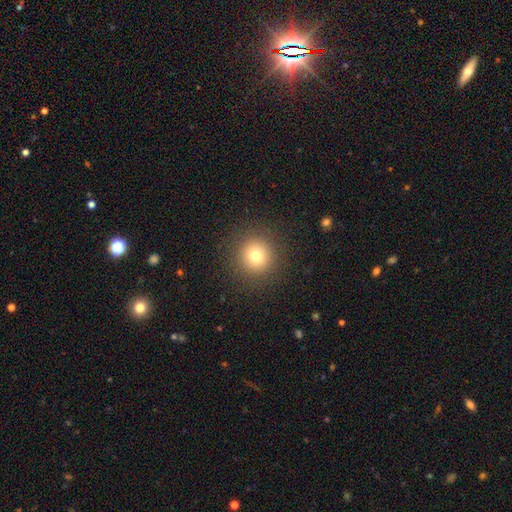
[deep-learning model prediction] Smooth or featured?
  - smooth: 77% *
  - star or artifact: 13%
  - featured or disk: 10%
How rounded?
  - round: 94% *
  - in between: 5%
  - cigar-shaped: 1%
Merging?
  - none: 90% *
  - minor disturbance: 6%
  - major disturbance: 3%
  - merger: 1%